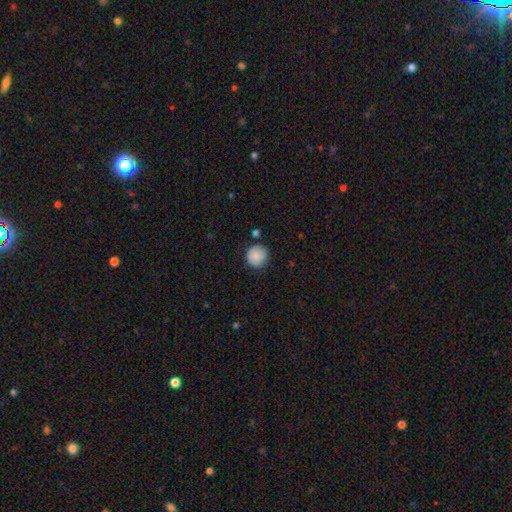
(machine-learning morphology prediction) The model was most divided on "merging": none: 74%, minor disturbance: 19%, major disturbance: 4%, merger: 3%. More confident: how rounded — round (92%); smooth or featured — smooth (84%).